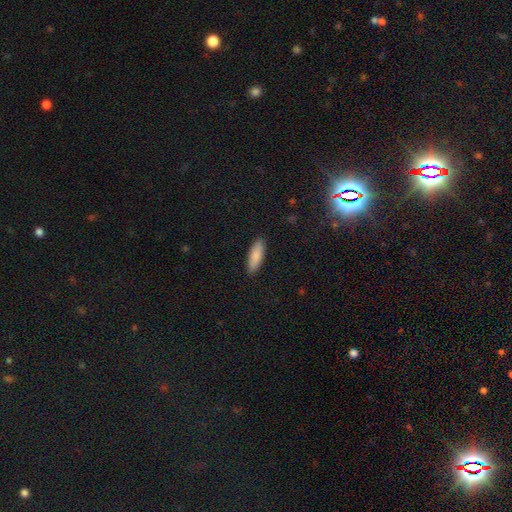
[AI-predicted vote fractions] smooth 87%, featured or disk 7%, star or artifact 5%. Down the decision tree: how rounded — in between (56%); merging — none (90%).